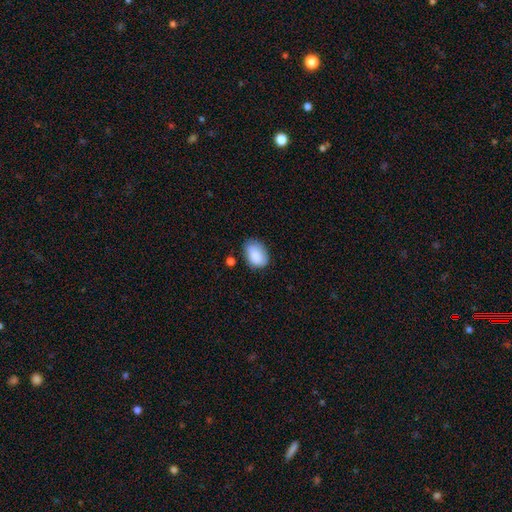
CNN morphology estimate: Smooth or featured? smooth (87%)
How rounded? in between (85%)
Merging? none (69%)